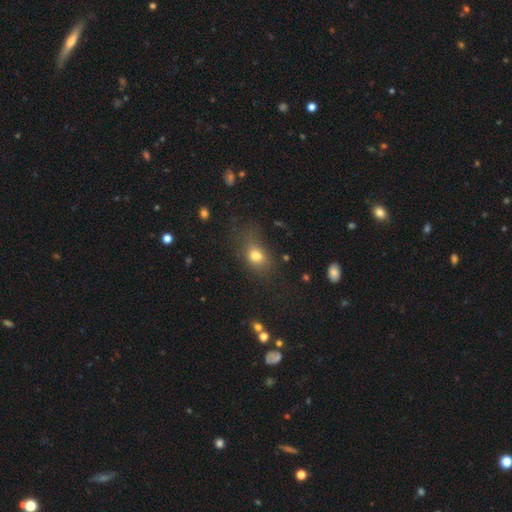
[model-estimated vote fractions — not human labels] smooth 74%, star or artifact 15%, featured or disk 11%. Down the decision tree: how rounded — in between (63%); merging — none (54%).